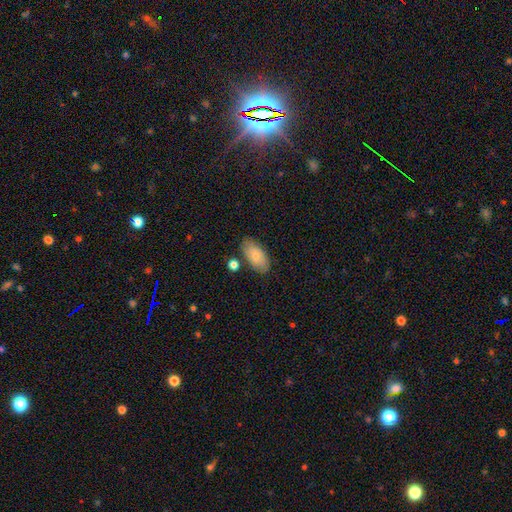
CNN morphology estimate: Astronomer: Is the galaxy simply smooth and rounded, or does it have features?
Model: smooth — 77%.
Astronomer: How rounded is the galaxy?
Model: in between — 93%.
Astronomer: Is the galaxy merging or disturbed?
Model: none — 77%.